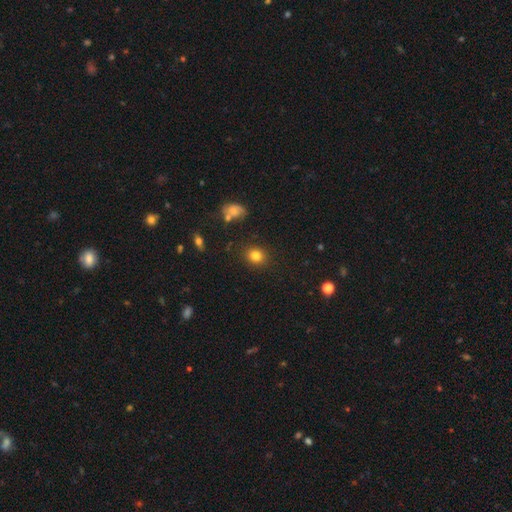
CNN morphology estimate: Q: Smooth or featured?
A: smooth (82%); runner-up: star or artifact (12%)
Q: How rounded?
A: round (71%); runner-up: in between (28%)
Q: Merging?
A: none (87%); runner-up: minor disturbance (8%)